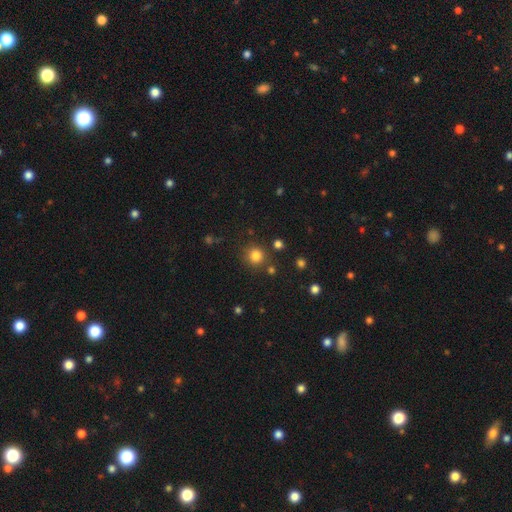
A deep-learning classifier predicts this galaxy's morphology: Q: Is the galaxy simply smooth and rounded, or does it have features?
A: smooth — 81%.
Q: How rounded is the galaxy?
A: round — 92%.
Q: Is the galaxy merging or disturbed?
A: none — 83%.